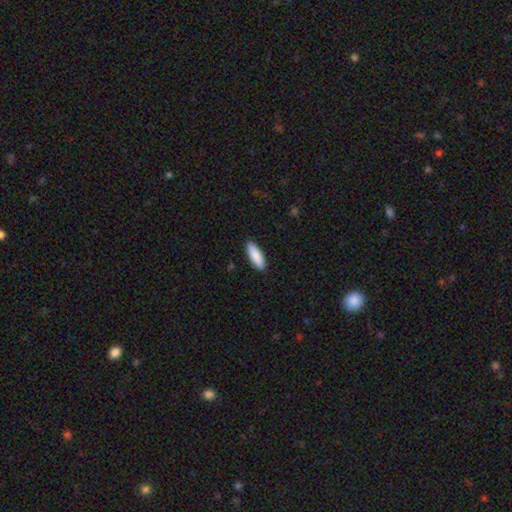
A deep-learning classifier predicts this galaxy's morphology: Overall: smooth (89%). How rounded: in between (56%; cigar-shaped 43%). Merging: none (91%).